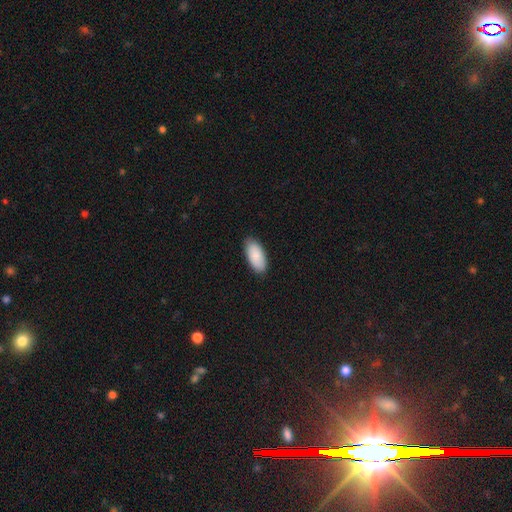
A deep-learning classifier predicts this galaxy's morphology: smooth-or-featured: smooth: 88% | featured or disk: 6% | star or artifact: 6%
  how-rounded: in between: 92% | cigar-shaped: 6% | round: 2%
  merging: none: 87% | minor disturbance: 10% | major disturbance: 2% | merger: 1%